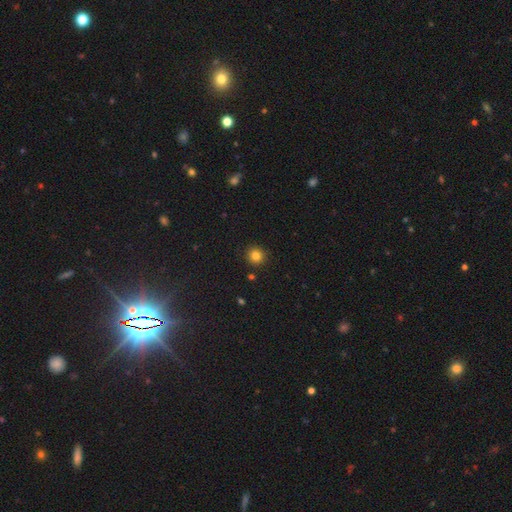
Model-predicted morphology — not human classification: smooth_or_featured: smooth (p=0.82) [alt: star or artifact p=0.13]
how_rounded: round (p=0.93) [alt: in between p=0.06]
merging: none (p=0.91) [alt: minor disturbance p=0.05]